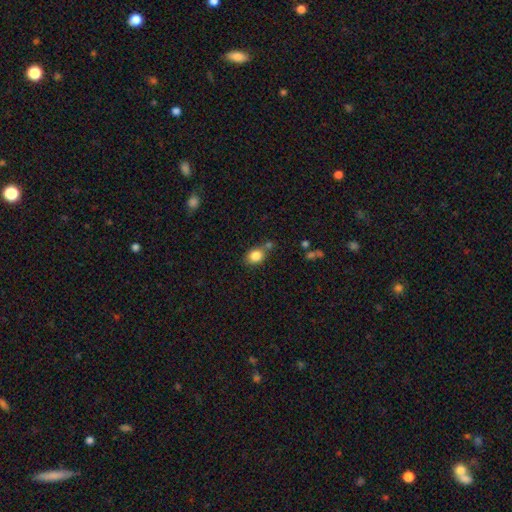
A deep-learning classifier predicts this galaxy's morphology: The model was most divided on "how rounded": in between: 53%, round: 46%, cigar-shaped: 1%. More confident: smooth or featured — smooth (85%); merging — none (63%).